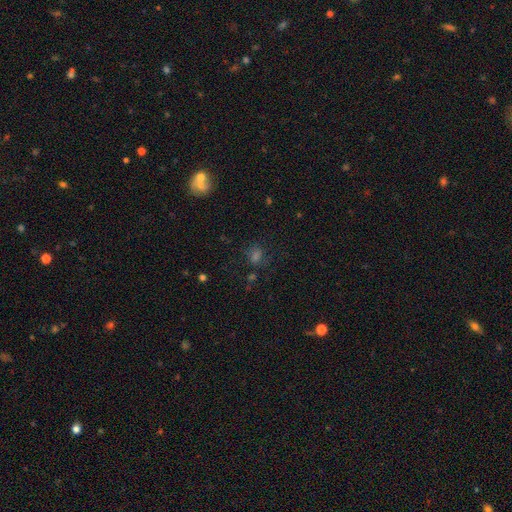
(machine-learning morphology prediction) smooth 52%, star or artifact 35%, featured or disk 13%. Down the decision tree: how rounded — round (55%); merging — none (70%).